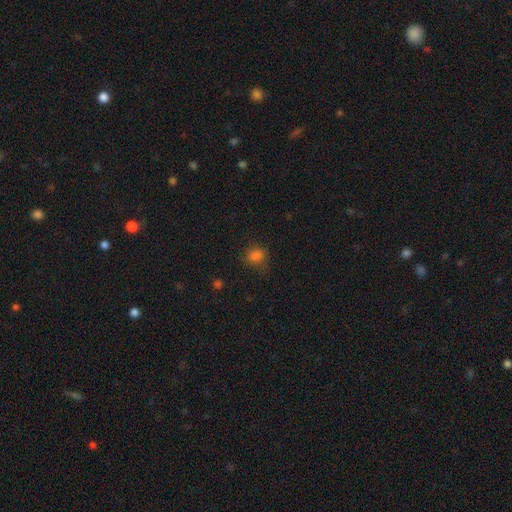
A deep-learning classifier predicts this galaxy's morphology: smooth 78%, star or artifact 17%, featured or disk 5%. Down the decision tree: how rounded — round (66%); merging — none (70%).